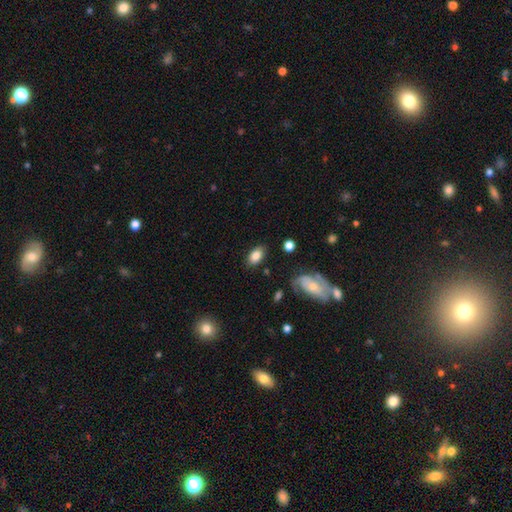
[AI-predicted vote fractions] smooth 83%, featured or disk 9%, star or artifact 7%. Down the decision tree: how rounded — in between (90%); merging — none (81%).